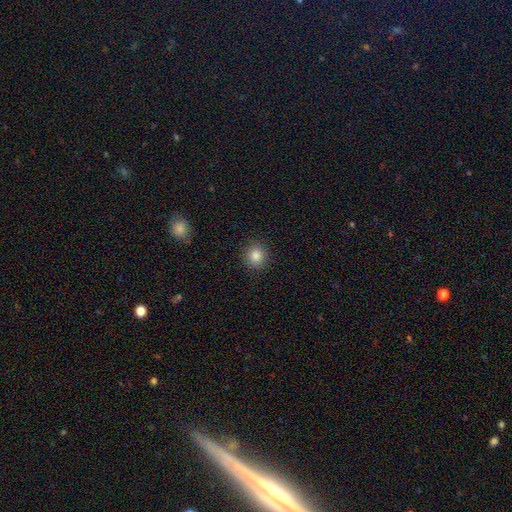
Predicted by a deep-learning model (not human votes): Overall: smooth (85%). How rounded: round (86%). Merging: none (90%).